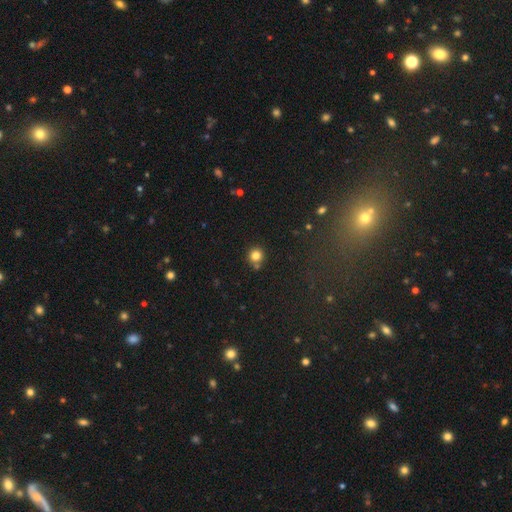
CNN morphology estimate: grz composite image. It shows a smooth galaxy with no disk features (81%) that is round (92%). Merging: none (74%).